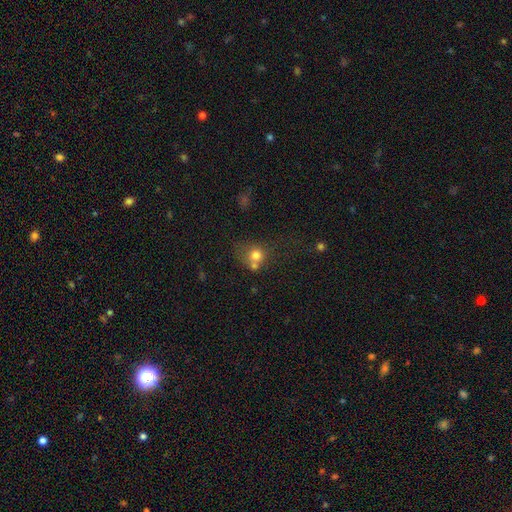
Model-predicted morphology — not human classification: smooth-or-featured: smooth: 75% | featured or disk: 13% | star or artifact: 13%
  how-rounded: round: 81% | in between: 18% | cigar-shaped: 1%
  merging: none: 41% | merger: 37% | minor disturbance: 13% | major disturbance: 8%